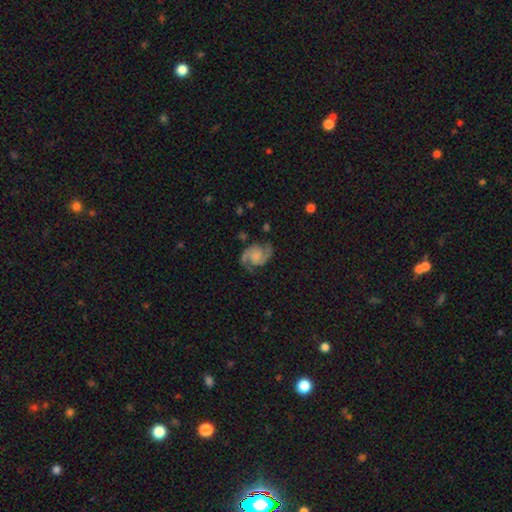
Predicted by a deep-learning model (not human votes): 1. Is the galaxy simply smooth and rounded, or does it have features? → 88% featured or disk, 7% smooth, 5% star or artifact.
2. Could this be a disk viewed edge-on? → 98% no, 2% yes.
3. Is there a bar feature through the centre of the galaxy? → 58% no, 35% weak, 7% strong.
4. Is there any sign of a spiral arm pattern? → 98% yes, 2% no.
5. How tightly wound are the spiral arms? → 58% medium, 21% tight, 21% loose.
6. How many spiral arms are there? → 93% 2, 2% can't tell, 1% 1, 1% 3, 1% 4, 1% more than 4.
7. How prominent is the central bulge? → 39% none, 28% small, 23% moderate, 8% large, 2% dominant.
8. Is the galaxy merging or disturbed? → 77% none, 15% minor disturbance, 6% major disturbance, 2% merger.